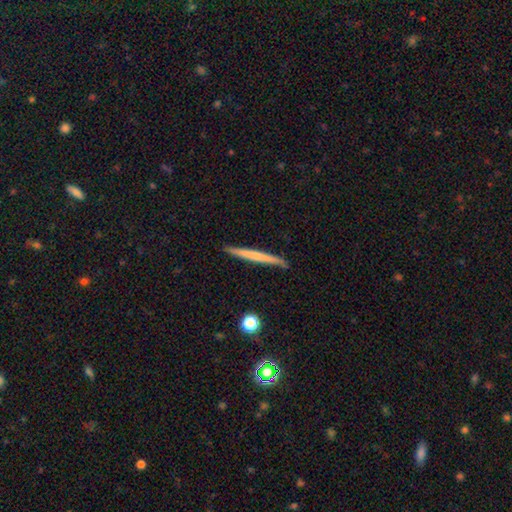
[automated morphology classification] smooth_or_featured: smooth (p=0.53) [alt: featured or disk p=0.42]
how_rounded: cigar-shaped (p=0.97) [alt: in between p=0.02]
merging: none (p=0.88) [alt: minor disturbance p=0.09]